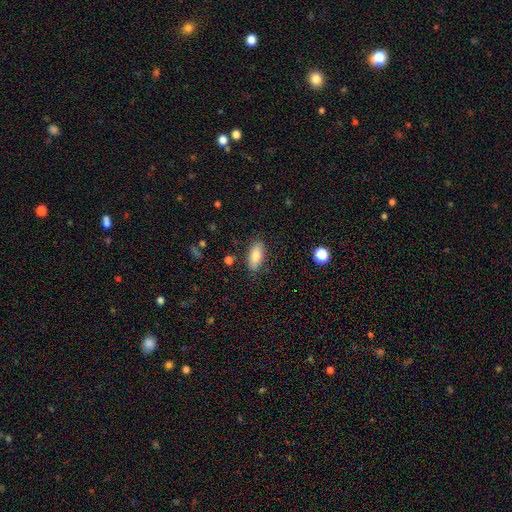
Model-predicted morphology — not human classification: Overall: smooth (82%). How rounded: in between (82%). Merging: none (84%).